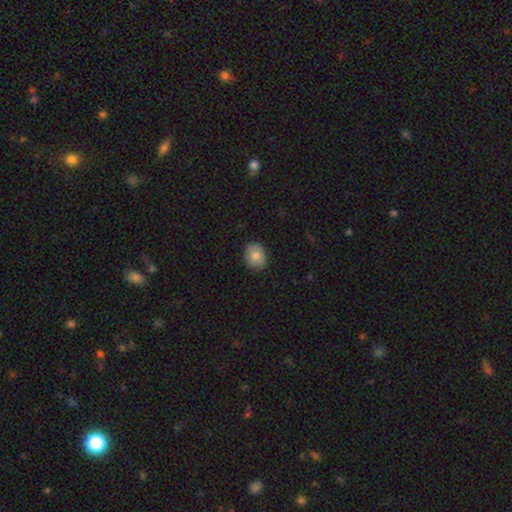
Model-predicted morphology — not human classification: This is likely a smooth galaxy (79%). How rounded: possibly round (55%). Merging: clearly none (87%).